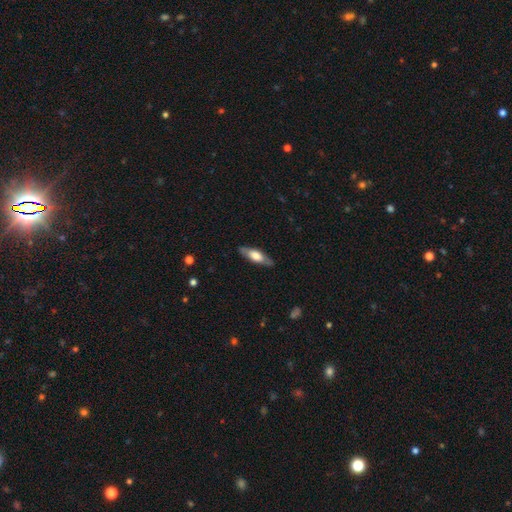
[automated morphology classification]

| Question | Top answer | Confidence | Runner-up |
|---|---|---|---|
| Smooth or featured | smooth | 50% | featured or disk (44%) |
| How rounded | in between | 50% | cigar-shaped (47%) |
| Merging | none | 82% | minor disturbance (14%) |